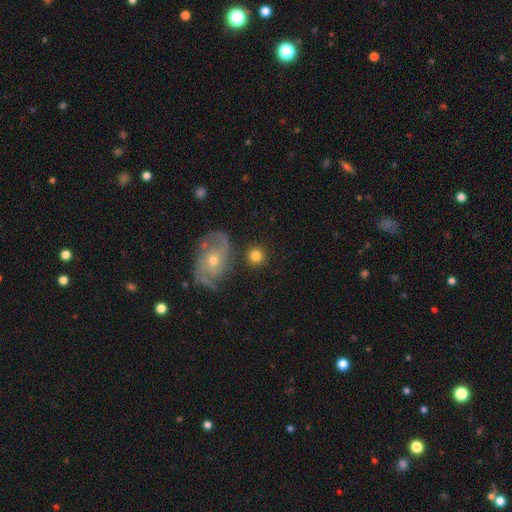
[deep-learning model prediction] The model was most divided on "smooth or featured": smooth: 74%, featured or disk: 18%, star or artifact: 8%. More confident: how rounded — round (91%); merging — none (82%).